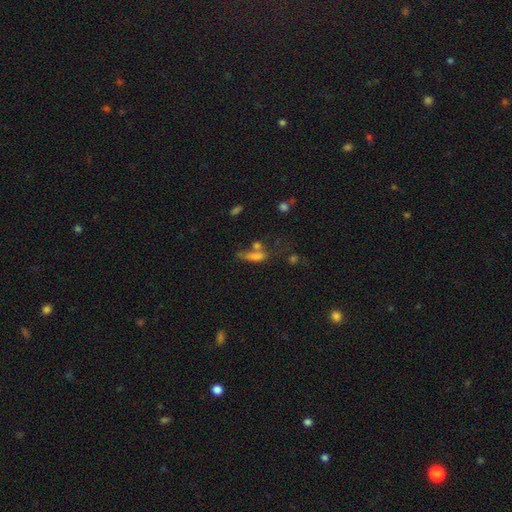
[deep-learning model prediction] Smooth or featured? smooth (68%)
How rounded? cigar-shaped (50%)
Merging? none (35%)